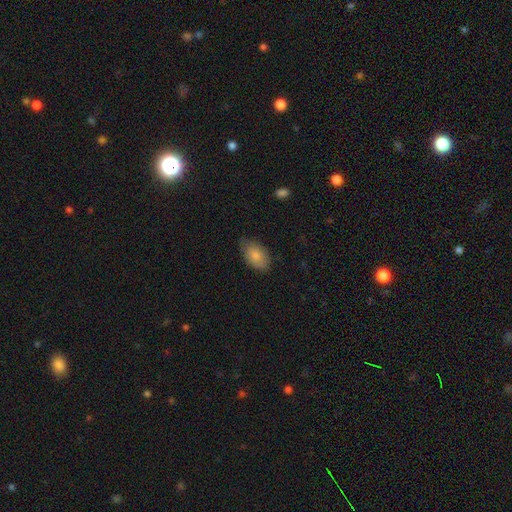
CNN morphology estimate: Overall: smooth (84%). How rounded: in between (92%). Merging: none (73%).